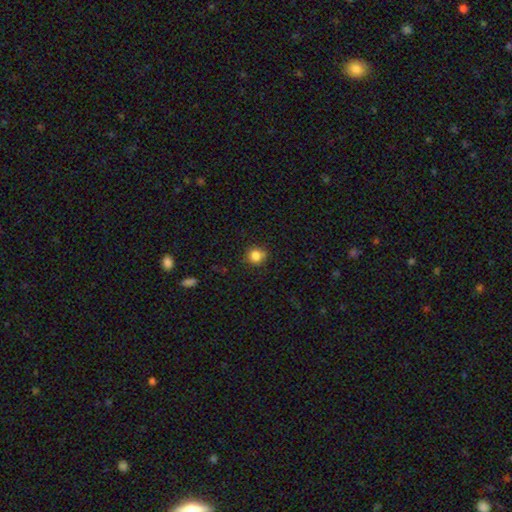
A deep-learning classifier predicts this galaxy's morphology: Smooth or featured?
  - smooth: 84% *
  - star or artifact: 11%
  - featured or disk: 5%
How rounded?
  - round: 88% *
  - in between: 11%
  - cigar-shaped: 1%
Merging?
  - none: 82% *
  - minor disturbance: 14%
  - major disturbance: 3%
  - merger: 2%